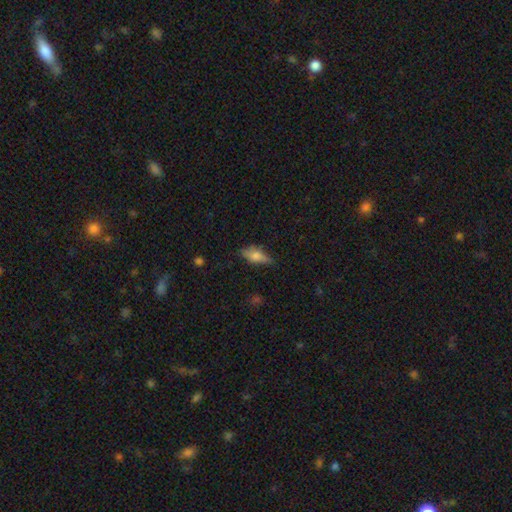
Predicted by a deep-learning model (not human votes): Smooth or featured?
  - smooth: 61% *
  - featured or disk: 30%
  - star or artifact: 8%
How rounded?
  - in between: 69% *
  - cigar-shaped: 27%
  - round: 4%
Merging?
  - none: 68% *
  - minor disturbance: 23%
  - major disturbance: 6%
  - merger: 2%